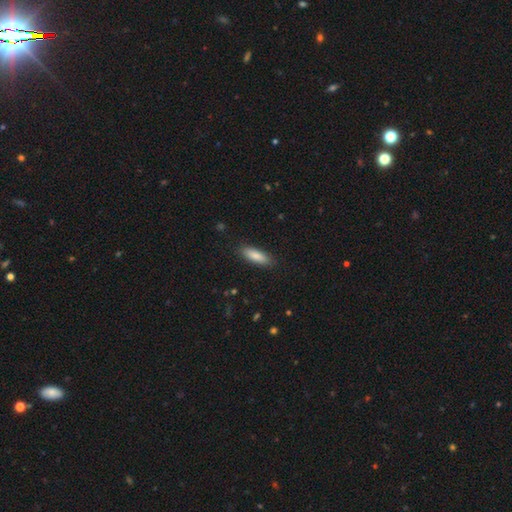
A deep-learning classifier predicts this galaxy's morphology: smooth 85%, featured or disk 9%, star or artifact 6%. Down the decision tree: how rounded — in between (57%); merging — none (87%).